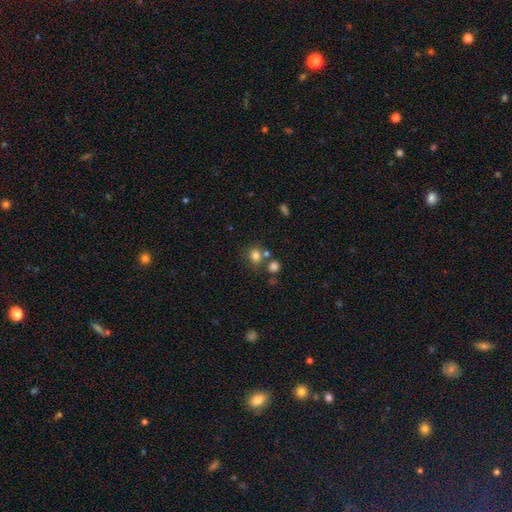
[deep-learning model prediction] Overall: smooth (78%). How rounded: round (61%; in between 38%). Merging: none (60%; merger 22%).